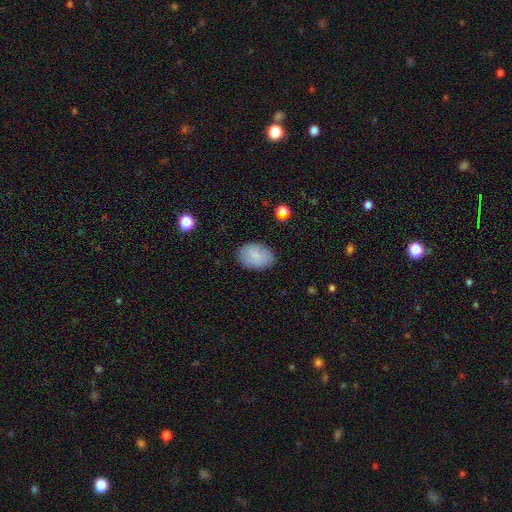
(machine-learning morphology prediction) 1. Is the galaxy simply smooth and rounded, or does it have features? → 84% smooth, 8% featured or disk, 7% star or artifact.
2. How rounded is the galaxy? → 87% in between, 12% round, 1% cigar-shaped.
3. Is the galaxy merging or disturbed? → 84% none, 12% minor disturbance, 3% major disturbance, 1% merger.